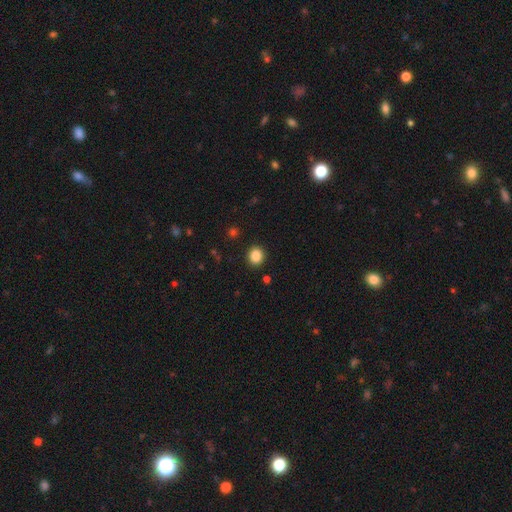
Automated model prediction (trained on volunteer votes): The model was most divided on "how rounded": round: 80%, in between: 19%, cigar-shaped: 1%. More confident: merging — none (90%); smooth or featured — smooth (87%).